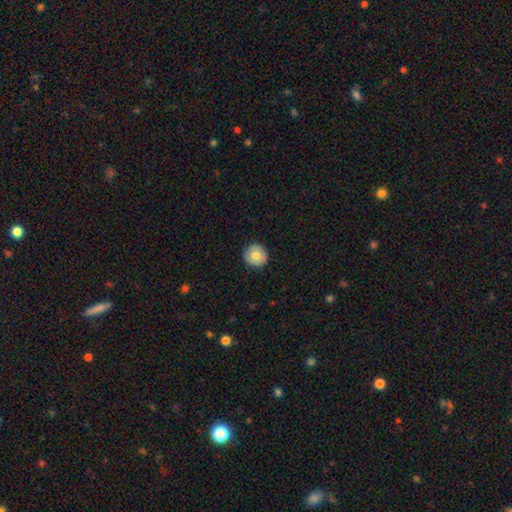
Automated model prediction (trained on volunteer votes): Q: Smooth or featured?
A: smooth (68%); runner-up: featured or disk (25%)
Q: How rounded?
A: round (92%); runner-up: in between (7%)
Q: Merging?
A: none (89%); runner-up: minor disturbance (9%)